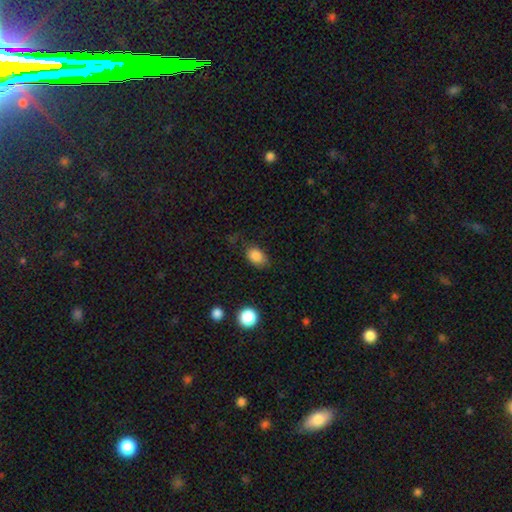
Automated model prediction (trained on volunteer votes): Smooth or featured: smooth — 85% (star or artifact — 10%)
How rounded: in between — 79% (round — 20%)
Merging: none — 74% (minor disturbance — 19%)